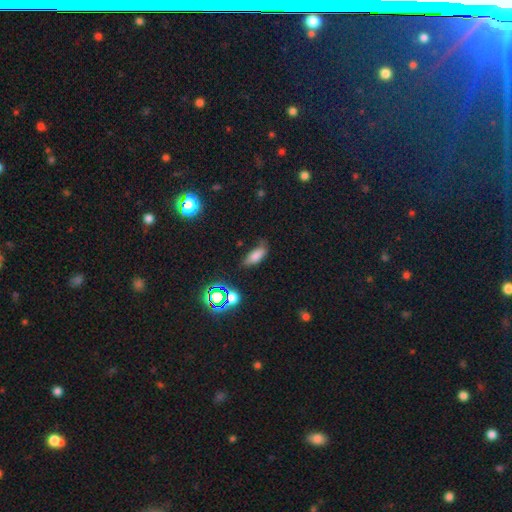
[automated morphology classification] smooth_or_featured: smooth (p=0.74) [alt: star or artifact p=0.16]
how_rounded: in between (p=0.76) [alt: cigar-shaped p=0.20]
merging: none (p=0.63) [alt: minor disturbance p=0.27]